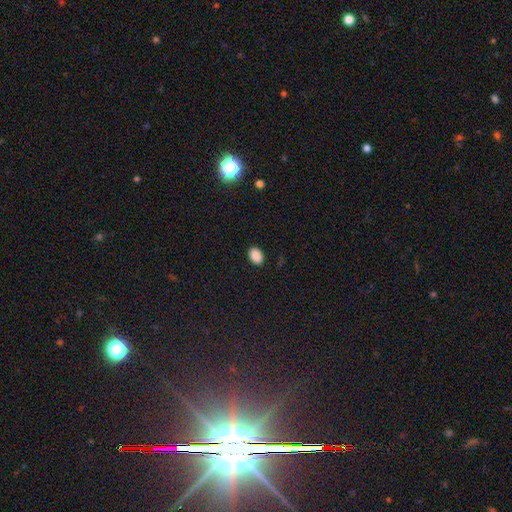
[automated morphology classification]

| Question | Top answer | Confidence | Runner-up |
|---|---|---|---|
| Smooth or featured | smooth | 88% | star or artifact (9%) |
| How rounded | in between | 83% | round (16%) |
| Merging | none | 89% | minor disturbance (8%) |